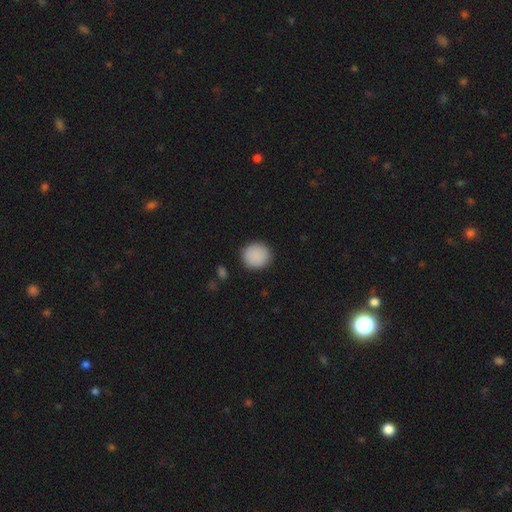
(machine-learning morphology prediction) A smooth galaxy with no disk features (90%) that is round (84%). Merging: none (89%).